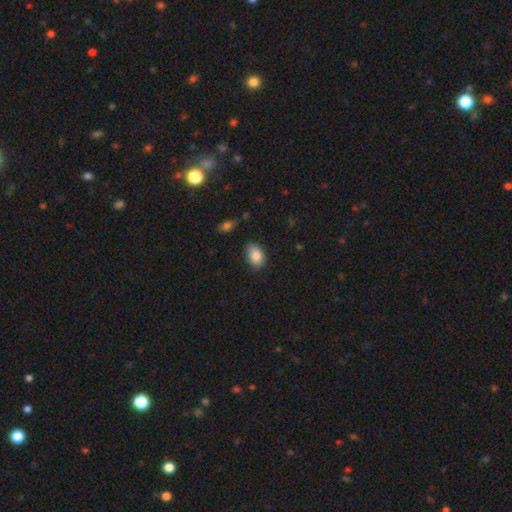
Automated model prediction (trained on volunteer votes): The model was most divided on "merging": none: 78%, minor disturbance: 18%, major disturbance: 3%, merger: 1%. More confident: smooth or featured — smooth (86%); how rounded — in between (85%).